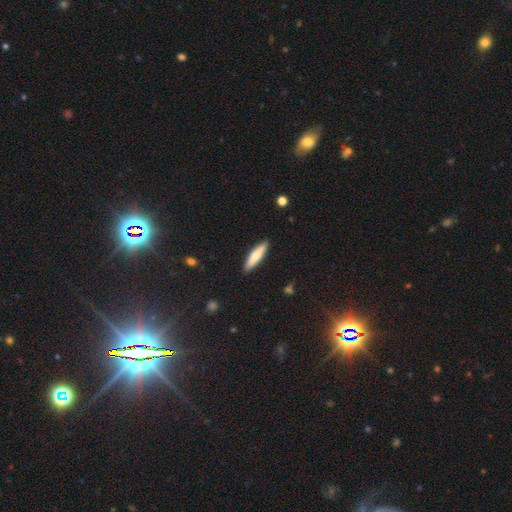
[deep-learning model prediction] The model was most divided on "smooth or featured": smooth: 71%, featured or disk: 23%, star or artifact: 6%. More confident: merging — none (89%); how rounded — cigar-shaped (75%).